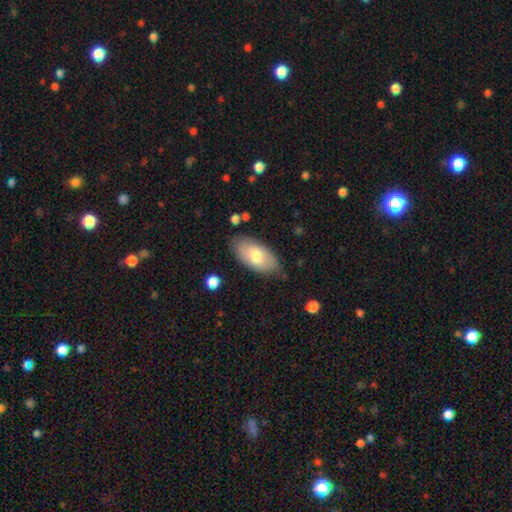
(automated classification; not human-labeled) smooth-or-featured: smooth: 72% | featured or disk: 22% | star or artifact: 6%
  how-rounded: in between: 93% | cigar-shaped: 5% | round: 2%
  merging: none: 78% | minor disturbance: 16% | major disturbance: 3% | merger: 2%